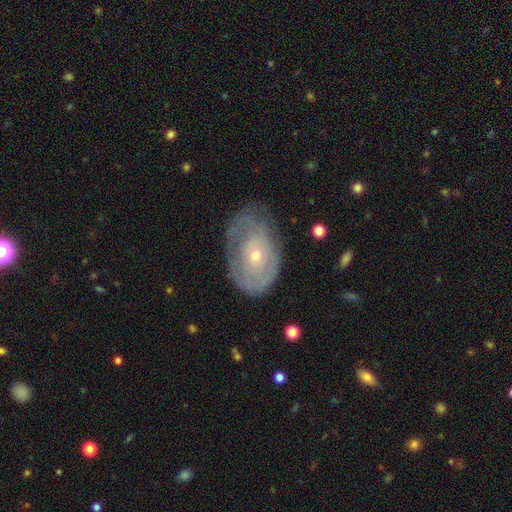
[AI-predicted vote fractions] The model was most divided on "spiral arms": yes: 61%, no: 39%. More confident: edge-on disk — no (94%); bar — no (85%); bulge size — small (66%); smooth or featured — featured or disk (66%); merging — none (57%).